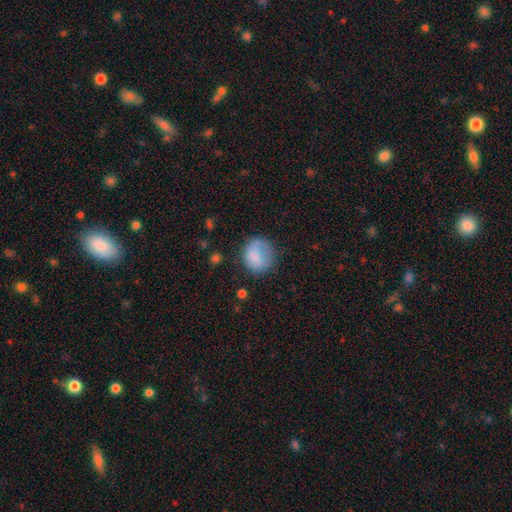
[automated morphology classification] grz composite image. It shows a smooth galaxy with no disk features (77%) that is round (74%). Merging: none (56%).